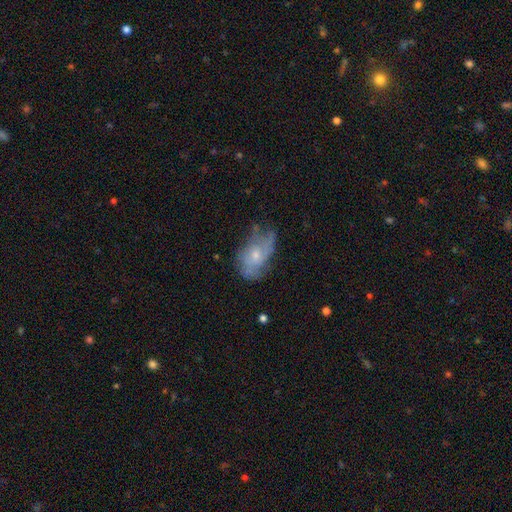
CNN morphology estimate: Smooth or featured?
  - featured or disk: 56% *
  - smooth: 36%
  - star or artifact: 8%
Edge-on disk?
  - no: 95% *
  - yes: 5%
Bar?
  - no: 78% *
  - weak: 19%
  - strong: 3%
Spiral arms?
  - yes: 64% *
  - no: 36%
Bulge size?
  - small: 61% *
  - moderate: 33%
  - none: 3%
  - large: 2%
  - dominant: 1%
Merging?
  - none: 43% *
  - minor disturbance: 33%
  - major disturbance: 21%
  - merger: 3%